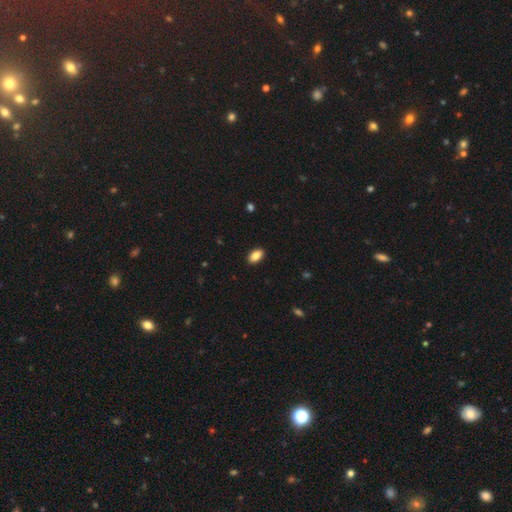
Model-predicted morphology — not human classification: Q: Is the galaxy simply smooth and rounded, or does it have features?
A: smooth — 86%.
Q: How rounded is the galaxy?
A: in between — 92%.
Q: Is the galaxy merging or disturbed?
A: none — 90%.